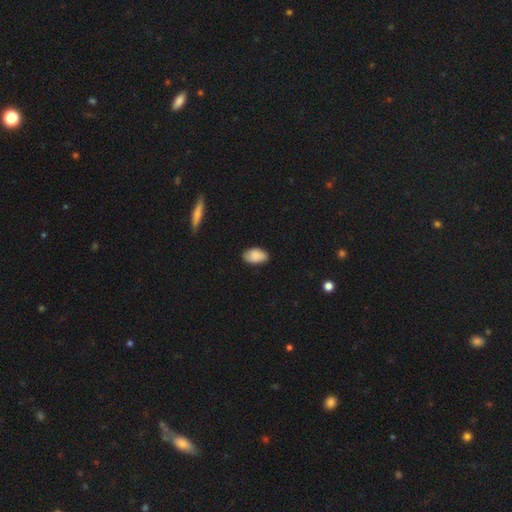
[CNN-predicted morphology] Smooth or featured? smooth (84%)
How rounded? in between (93%)
Merging? none (78%)